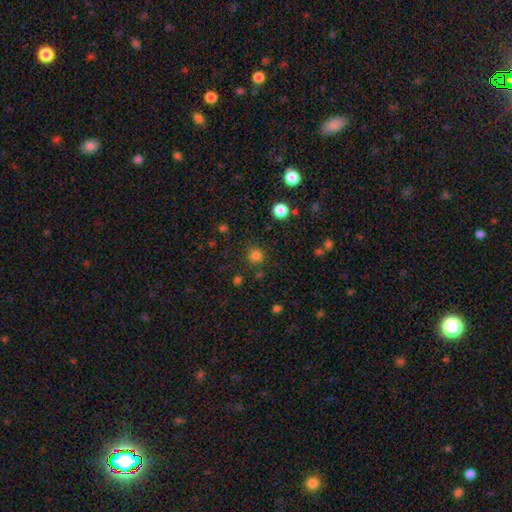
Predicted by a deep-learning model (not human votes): Overall: smooth (80%). How rounded: round (93%). Merging: none (86%).